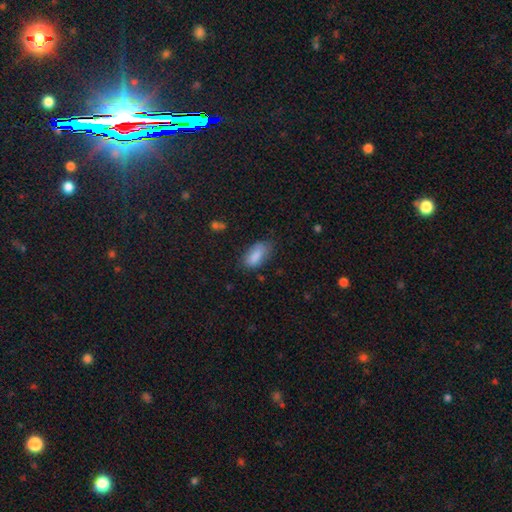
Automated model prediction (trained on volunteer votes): smooth 85%, featured or disk 8%, star or artifact 7%. Down the decision tree: how rounded — in between (89%); merging — none (68%).